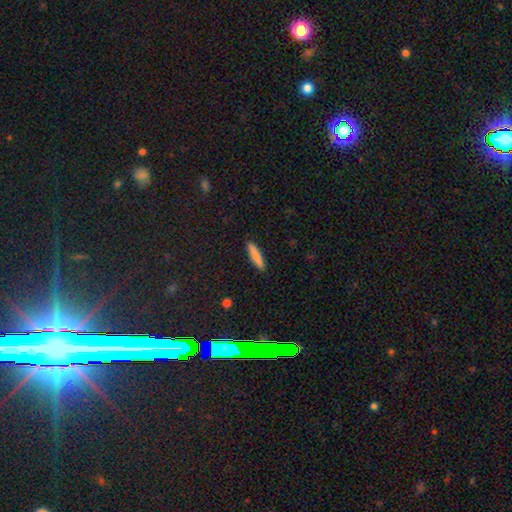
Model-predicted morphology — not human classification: smooth 83%, featured or disk 11%, star or artifact 6%. Down the decision tree: how rounded — cigar-shaped (88%); merging — none (91%).